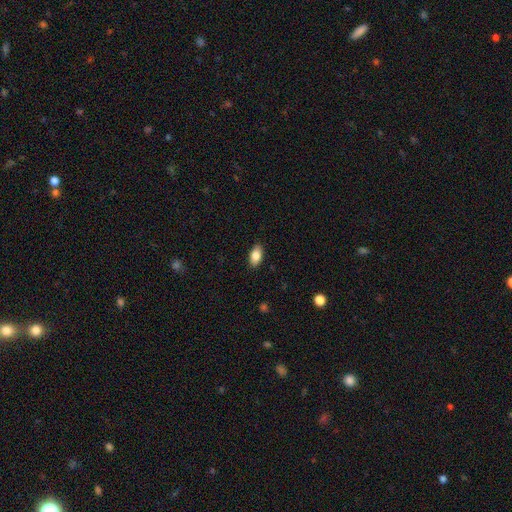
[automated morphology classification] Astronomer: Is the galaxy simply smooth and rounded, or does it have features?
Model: smooth — 85%.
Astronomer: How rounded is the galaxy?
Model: in between — 91%.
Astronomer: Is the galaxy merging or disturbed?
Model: none — 88%.